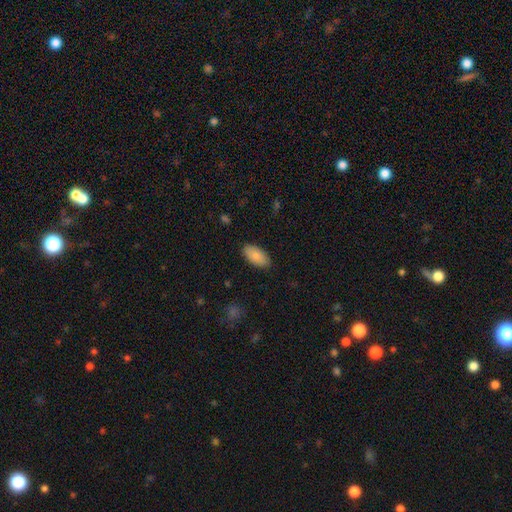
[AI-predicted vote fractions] smooth 87%, featured or disk 7%, star or artifact 6%. Down the decision tree: how rounded — in between (94%); merging — none (87%).